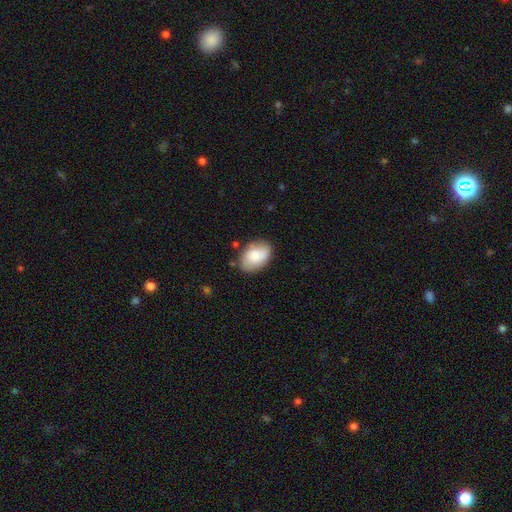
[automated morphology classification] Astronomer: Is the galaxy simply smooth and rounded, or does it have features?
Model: smooth — 80%.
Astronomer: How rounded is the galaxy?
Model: in between — 87%.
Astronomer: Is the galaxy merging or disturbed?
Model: none — 75%.